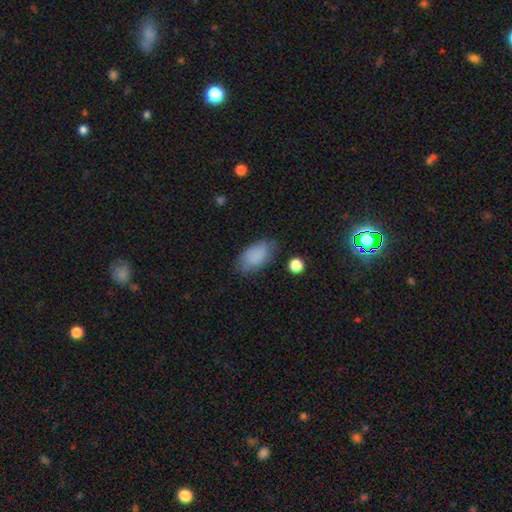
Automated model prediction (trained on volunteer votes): smooth-or-featured: smooth: 86% | star or artifact: 7% | featured or disk: 7%
  how-rounded: in between: 93% | round: 4% | cigar-shaped: 2%
  merging: none: 74% | minor disturbance: 19% | major disturbance: 5% | merger: 2%